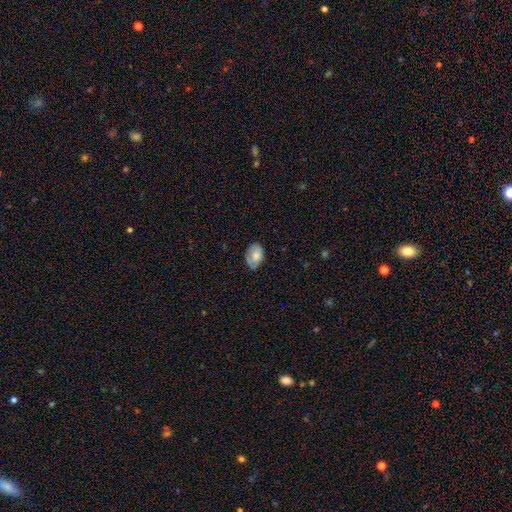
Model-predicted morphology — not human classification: Smooth or featured? Predicted: smooth (p=0.66). How rounded? Predicted: in between (p=0.84). Merging? Predicted: none (p=0.64).